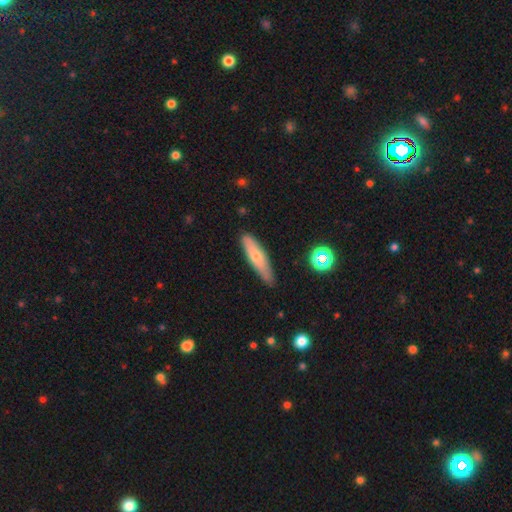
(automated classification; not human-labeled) Smooth or featured? Predicted: smooth (p=0.59). How rounded? Predicted: cigar-shaped (p=0.79). Merging? Predicted: none (p=0.79).